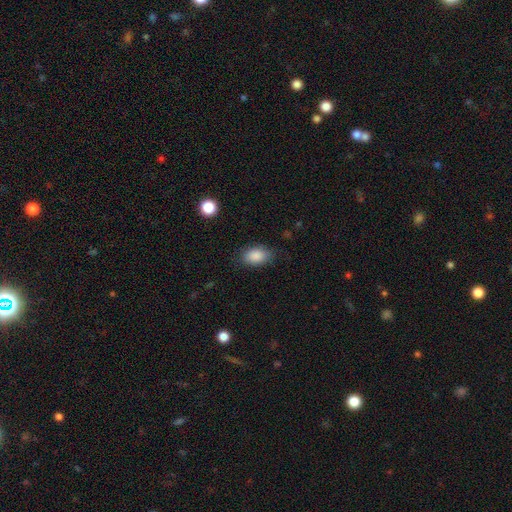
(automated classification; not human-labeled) smooth 88%, star or artifact 8%, featured or disk 5%. Down the decision tree: how rounded — in between (87%); merging — none (80%).